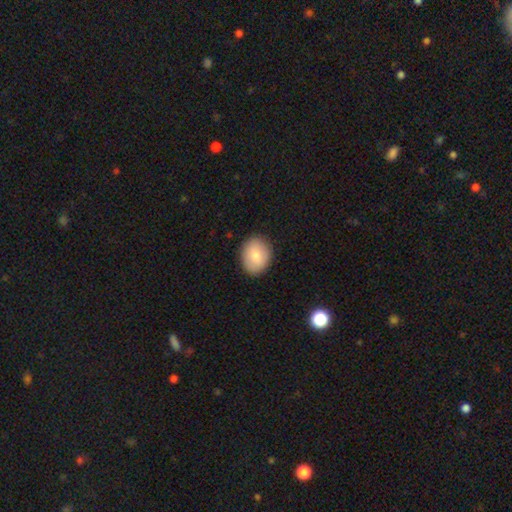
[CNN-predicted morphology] This appears to be a smooth galaxy with no disk features (80%) that is in between round and cigar-shaped (55%). Merging: none (89%).